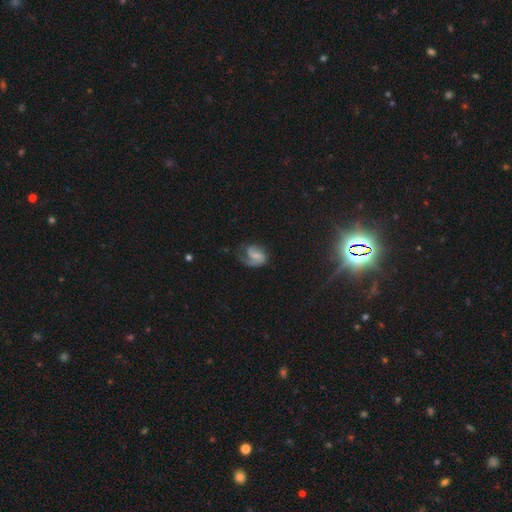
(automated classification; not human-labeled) Morphology: type=featured or disk (64%); edge-on=no (97%); bar=weak (44%); spiral arms=yes (88%); winding=medium (43%); arm count=1 (45%); bulge=small (45%); merging=none (43%).